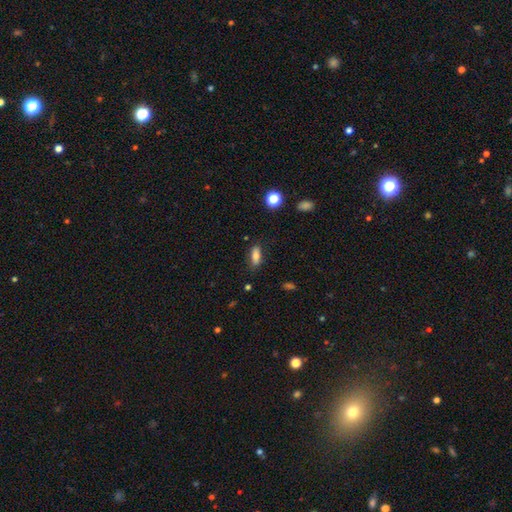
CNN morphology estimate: Q: Smooth or featured?
A: smooth (77%); runner-up: featured or disk (14%)
Q: How rounded?
A: in between (70%); runner-up: cigar-shaped (26%)
Q: Merging?
A: none (80%); runner-up: minor disturbance (15%)